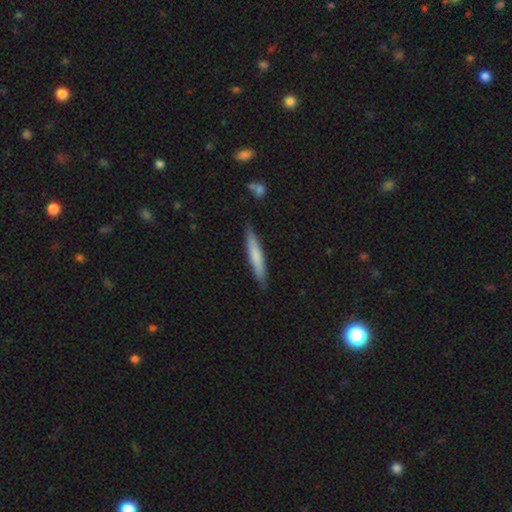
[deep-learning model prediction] Morphology: type=smooth (67%); roundness=cigar-shaped (93%); merging=none (88%).